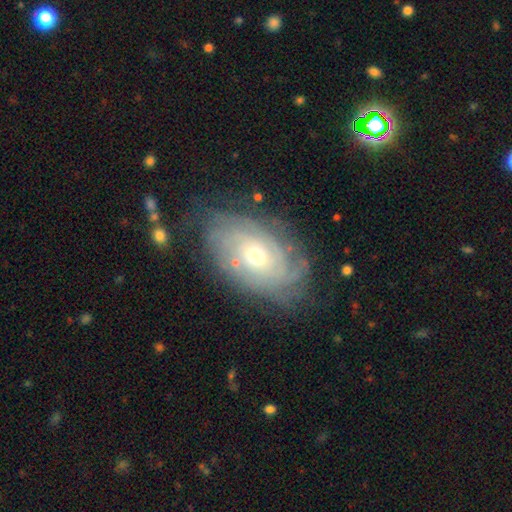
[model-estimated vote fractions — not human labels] Morphology: type=featured or disk (80%); edge-on=no (95%); bar=no (79%); spiral arms=yes (92%); winding=tight (78%); arm count=can't tell (48%); bulge=small (50%); merging=none (77%).